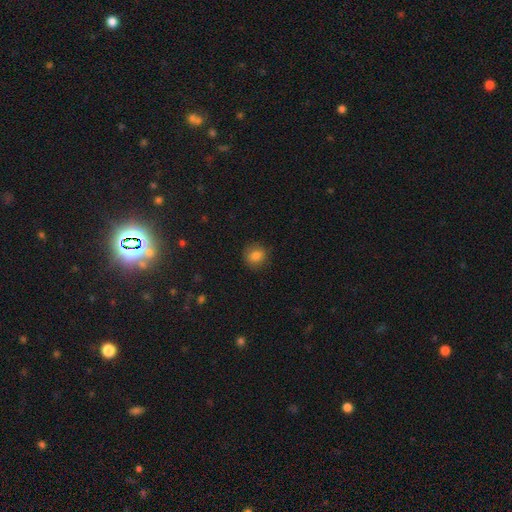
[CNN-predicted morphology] smooth-or-featured: smooth: 84% | star or artifact: 11% | featured or disk: 6%
  how-rounded: round: 81% | in between: 18% | cigar-shaped: 1%
  merging: none: 85% | minor disturbance: 11% | major disturbance: 3% | merger: 1%